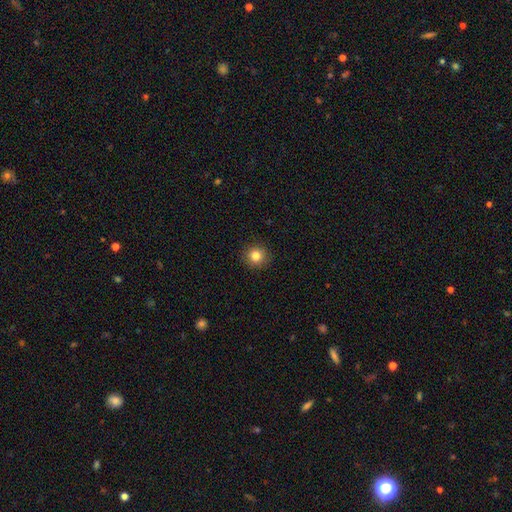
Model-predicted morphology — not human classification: type=smooth (83%); roundness=round (93%); merging=none (92%).